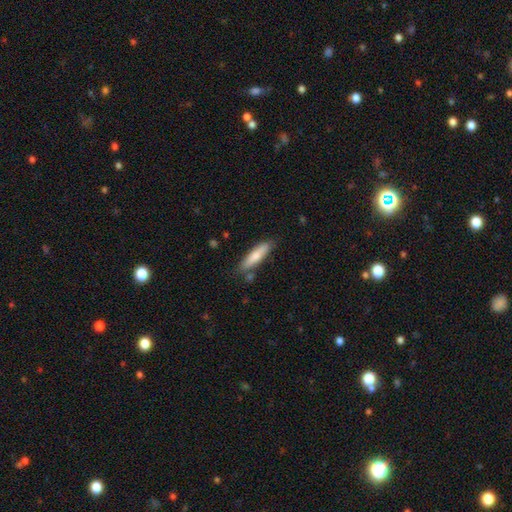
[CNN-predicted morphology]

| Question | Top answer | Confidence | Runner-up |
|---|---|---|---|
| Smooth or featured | smooth | 72% | featured or disk (22%) |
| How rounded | cigar-shaped | 73% | in between (25%) |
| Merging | none | 80% | minor disturbance (13%) |